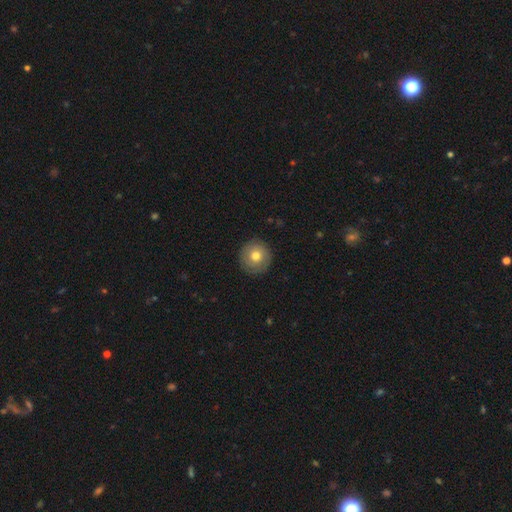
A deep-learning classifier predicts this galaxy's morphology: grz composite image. It shows a smooth galaxy with no disk features (68%) that is round (95%). Merging: none (89%).